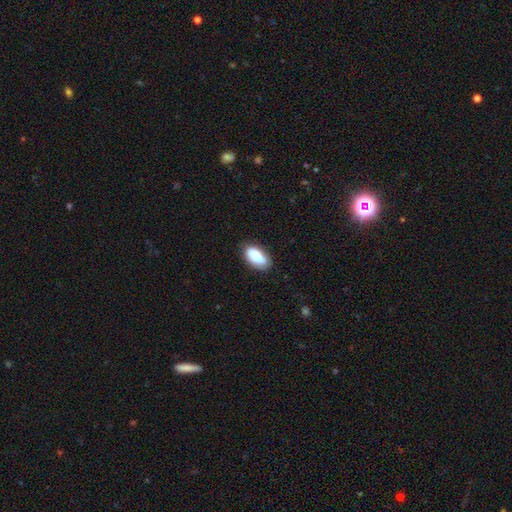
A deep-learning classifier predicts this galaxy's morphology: smooth-or-featured: smooth: 81% | featured or disk: 13% | star or artifact: 7%
  how-rounded: in between: 87% | cigar-shaped: 10% | round: 3%
  merging: none: 76% | minor disturbance: 18% | major disturbance: 4% | merger: 2%